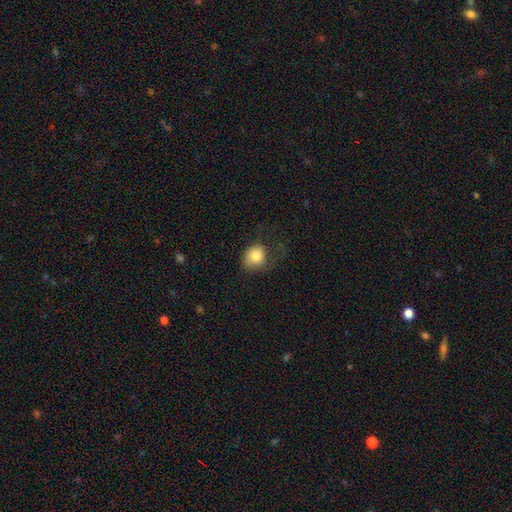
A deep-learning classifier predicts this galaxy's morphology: A smooth galaxy with no disk features (82%) that is round (61%).

Vote fractions:
- Smooth or featured? smooth: 82% / featured or disk: 10% / star or artifact: 9%
- How rounded? round: 61% / in between: 38% / cigar-shaped: 1%
- Merging? none: 42% / minor disturbance: 29% / major disturbance: 26% / merger: 2%